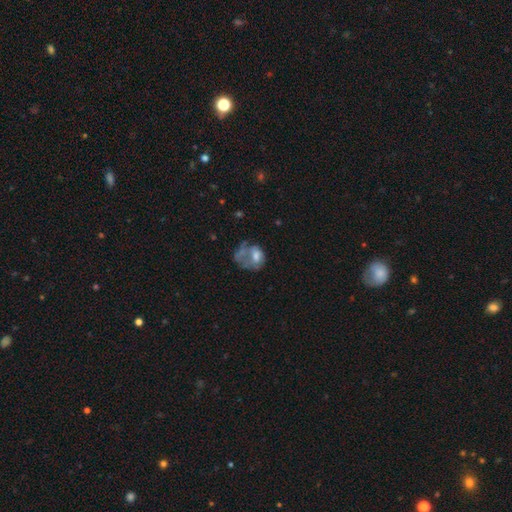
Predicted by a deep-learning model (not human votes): Q: Smooth or featured?
A: smooth (50%); runner-up: featured or disk (39%)
Q: How rounded?
A: in between (60%); runner-up: round (39%)
Q: Merging?
A: major disturbance (43%); runner-up: none (22%)